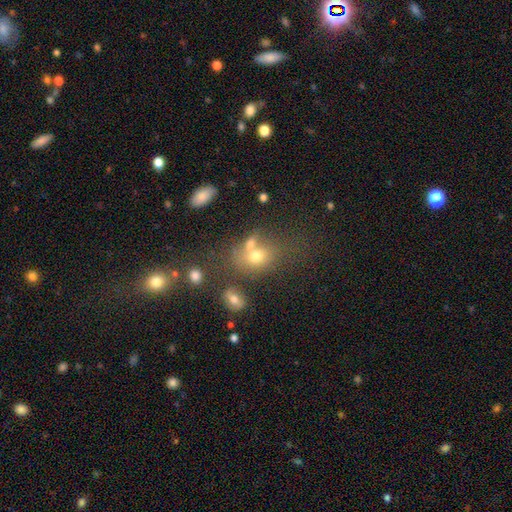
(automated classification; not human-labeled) smooth_or_featured: smooth (p=0.67) [alt: featured or disk p=0.17]
how_rounded: in between (p=0.61) [alt: round p=0.37]
merging: none (p=0.42) [alt: merger p=0.32]